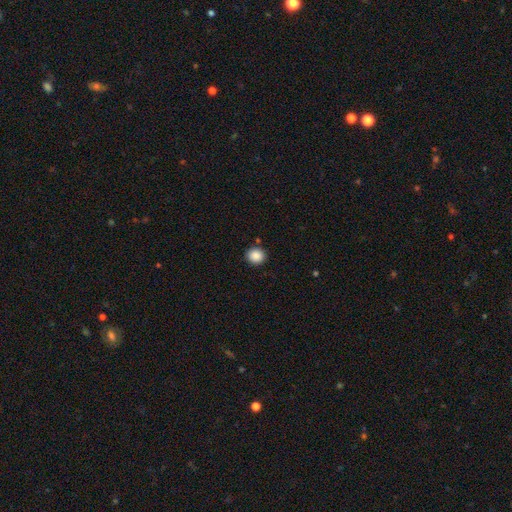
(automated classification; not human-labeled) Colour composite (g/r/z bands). It shows a smooth galaxy with no disk features (88%) that is round (81%). Merging: none (89%).